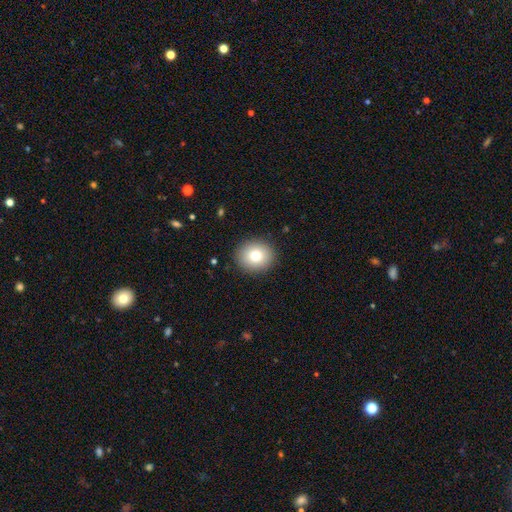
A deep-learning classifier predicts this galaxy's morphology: The model was most divided on "how rounded": round: 79%, in between: 20%, cigar-shaped: 1%. More confident: merging — none (90%); smooth or featured — smooth (77%).